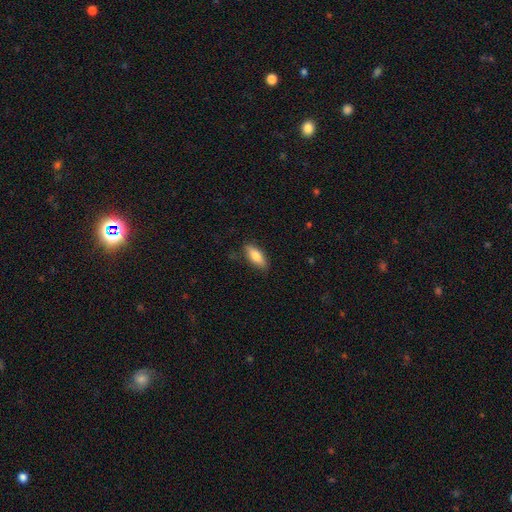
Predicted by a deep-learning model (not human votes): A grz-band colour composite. It shows a smooth galaxy with no disk features (78%) that is in between round and cigar-shaped (71%). Merging: none (83%).